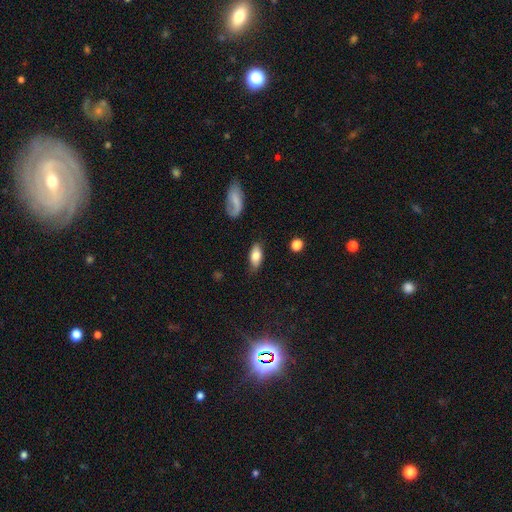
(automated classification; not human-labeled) Q: Smooth or featured?
A: smooth (77%); runner-up: featured or disk (17%)
Q: How rounded?
A: in between (86%); runner-up: cigar-shaped (10%)
Q: Merging?
A: none (76%); runner-up: minor disturbance (18%)